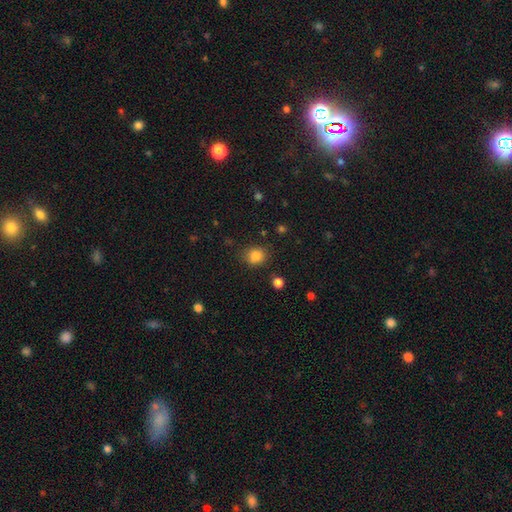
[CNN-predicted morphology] smooth 83%, star or artifact 12%, featured or disk 5%. Down the decision tree: how rounded — round (75%); merging — none (82%).